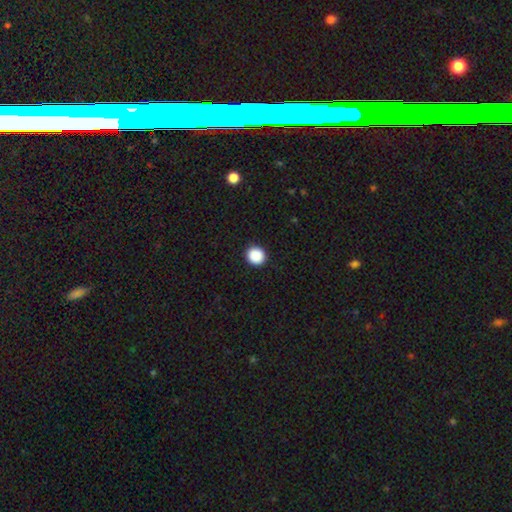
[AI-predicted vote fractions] A smooth galaxy with no disk features (89%) that is round (93%).

Vote fractions:
- Smooth or featured? smooth: 89% / star or artifact: 9% / featured or disk: 2%
- How rounded? round: 93% / in between: 6% / cigar-shaped: 1%
- Merging? none: 93% / minor disturbance: 5% / major disturbance: 2% / merger: 1%